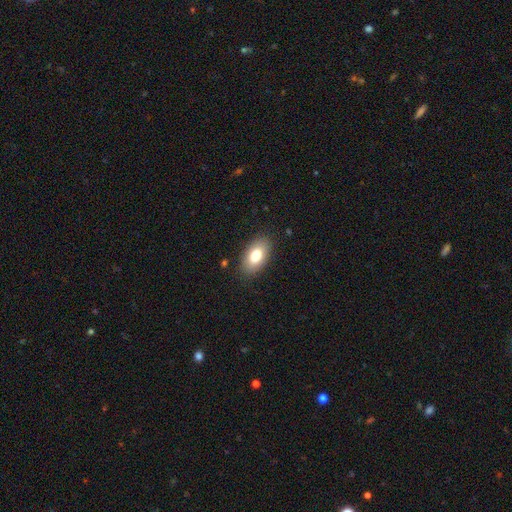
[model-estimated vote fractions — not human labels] Smooth or featured? smooth (80%)
How rounded? in between (93%)
Merging? none (85%)